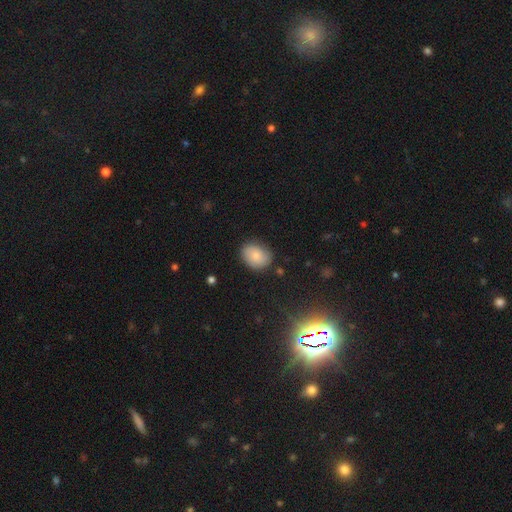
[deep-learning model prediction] This is likely a smooth galaxy (79%). How rounded: likely in between (67%). Merging: clearly none (80%).